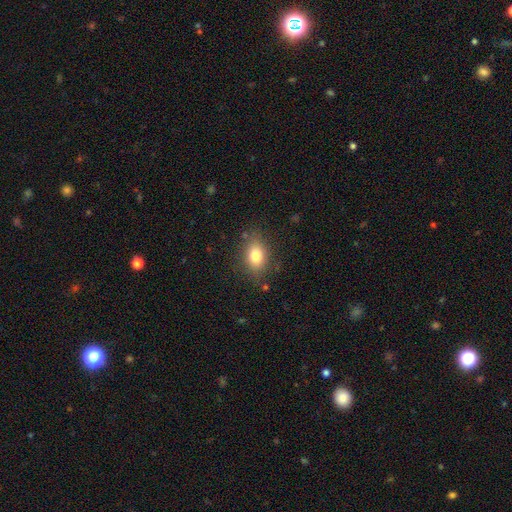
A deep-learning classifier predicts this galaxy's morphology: Overall: smooth (80%). How rounded: in between (77%). Merging: none (81%).